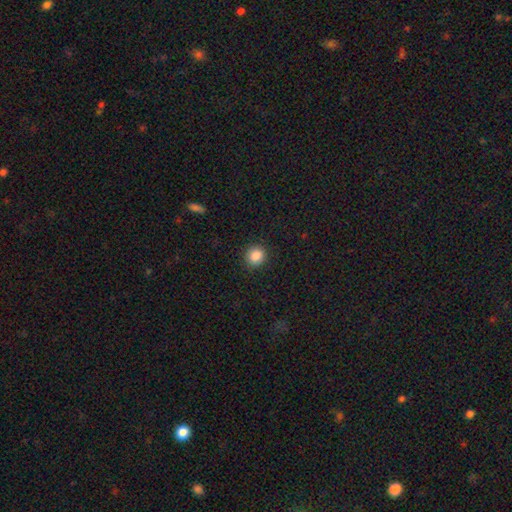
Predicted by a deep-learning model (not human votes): Q: Smooth or featured?
A: smooth (86%); runner-up: star or artifact (10%)
Q: How rounded?
A: round (86%); runner-up: in between (14%)
Q: Merging?
A: none (91%); runner-up: minor disturbance (6%)